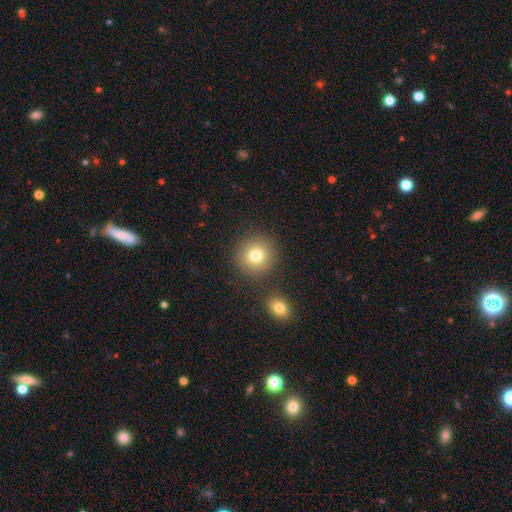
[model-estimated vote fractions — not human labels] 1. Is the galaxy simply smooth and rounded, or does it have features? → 79% smooth, 11% star or artifact, 10% featured or disk.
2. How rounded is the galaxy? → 91% round, 8% in between, 1% cigar-shaped.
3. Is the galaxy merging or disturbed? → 82% none, 8% minor disturbance, 7% merger, 3% major disturbance.